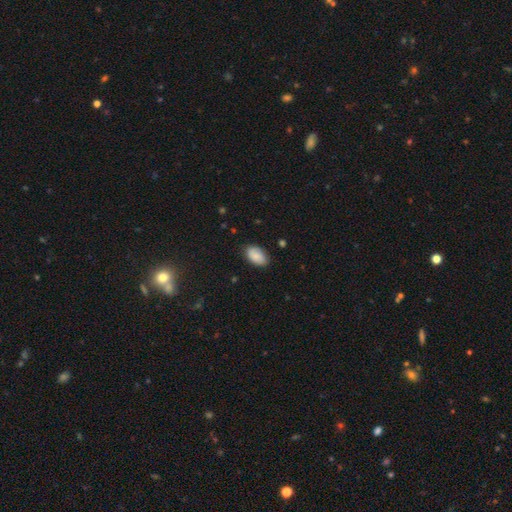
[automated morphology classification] A smooth galaxy with no disk features (86%) that is in between round and cigar-shaped (94%).

Vote fractions:
- Smooth or featured? smooth: 86% / featured or disk: 7% / star or artifact: 7%
- How rounded? in between: 94% / round: 5% / cigar-shaped: 1%
- Merging? none: 82% / minor disturbance: 14% / major disturbance: 3% / merger: 1%